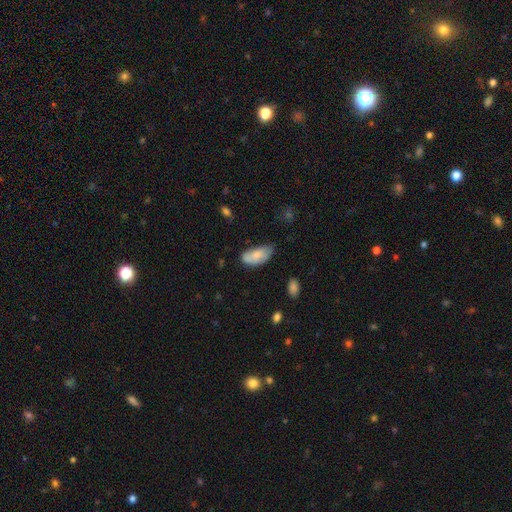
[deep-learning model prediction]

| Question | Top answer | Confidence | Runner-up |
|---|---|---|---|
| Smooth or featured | smooth | 75% | featured or disk (19%) |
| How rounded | in between | 93% | cigar-shaped (5%) |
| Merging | none | 45% | minor disturbance (39%) |